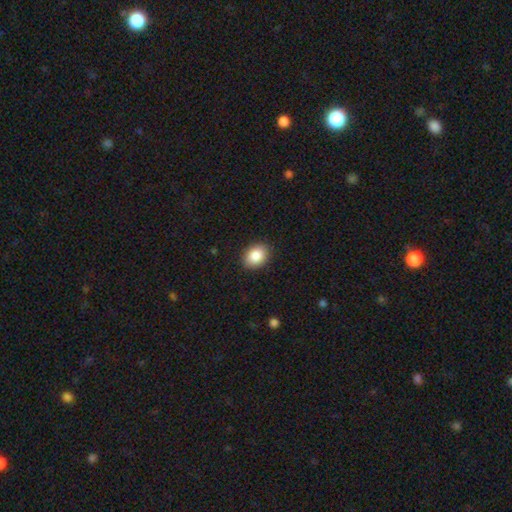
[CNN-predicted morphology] Q: Smooth or featured?
A: smooth (87%); runner-up: star or artifact (8%)
Q: How rounded?
A: in between (67%); runner-up: round (33%)
Q: Merging?
A: none (89%); runner-up: minor disturbance (8%)